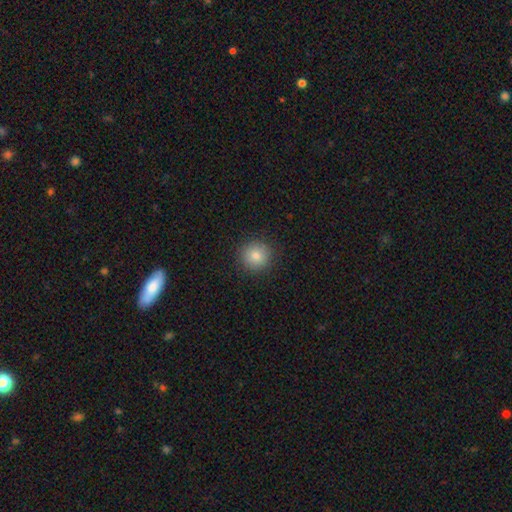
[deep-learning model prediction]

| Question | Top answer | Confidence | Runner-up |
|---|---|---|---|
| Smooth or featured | smooth | 83% | star or artifact (11%) |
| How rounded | round | 94% | in between (5%) |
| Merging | none | 91% | minor disturbance (6%) |